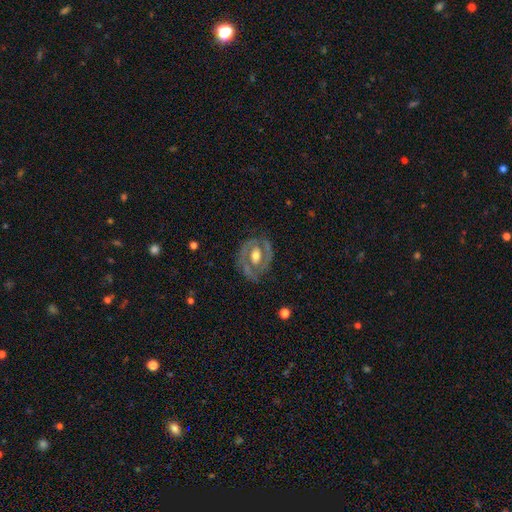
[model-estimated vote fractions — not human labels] This appears to be a featured or disk galaxy (73%) with no bar (55%), spiral arms (53%) and a moderate central bulge (61%). Merging: none (71%).